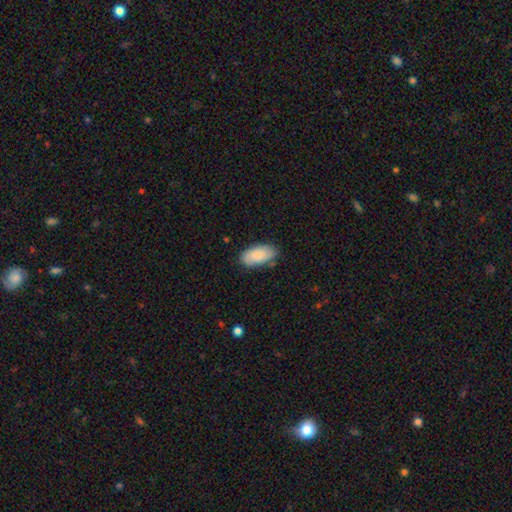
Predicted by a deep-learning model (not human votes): smooth-or-featured: smooth: 86% | featured or disk: 8% | star or artifact: 6%
  how-rounded: in between: 94% | cigar-shaped: 4% | round: 2%
  merging: none: 79% | minor disturbance: 16% | major disturbance: 3% | merger: 2%